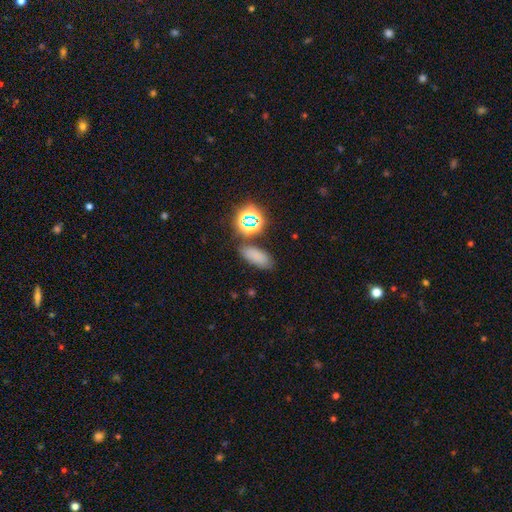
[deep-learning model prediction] smooth 71%, star or artifact 21%, featured or disk 7%. Down the decision tree: how rounded — in between (80%); merging — none (77%).